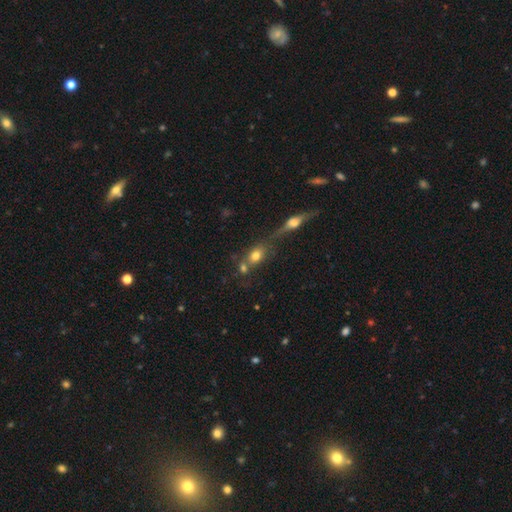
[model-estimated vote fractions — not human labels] A smooth galaxy with no disk features (69%) that is in between round and cigar-shaped (59%).

Vote fractions:
- Smooth or featured? smooth: 69% / featured or disk: 19% / star or artifact: 12%
- How rounded? in between: 59% / round: 34% / cigar-shaped: 7%
- Merging? none: 44% / merger: 39% / minor disturbance: 11% / major disturbance: 6%